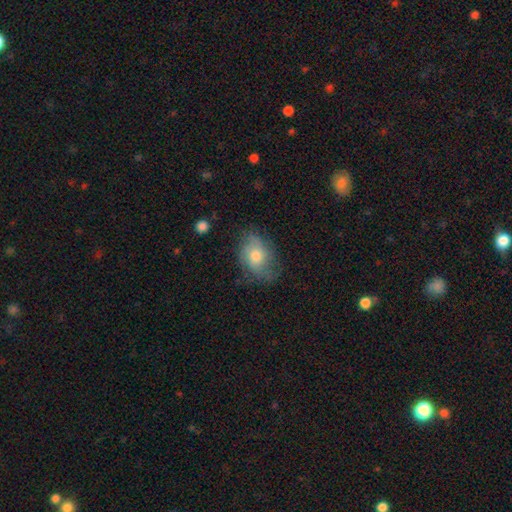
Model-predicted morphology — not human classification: Smooth or featured? Predicted: smooth (p=0.52). How rounded? Predicted: in between (p=0.72). Merging? Predicted: none (p=0.62).